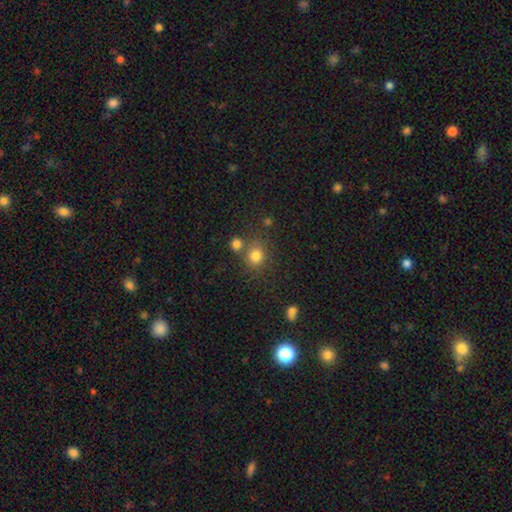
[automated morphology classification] This appears to be a smooth galaxy with no disk features (79%) that is round (77%). Merging: none (65%).